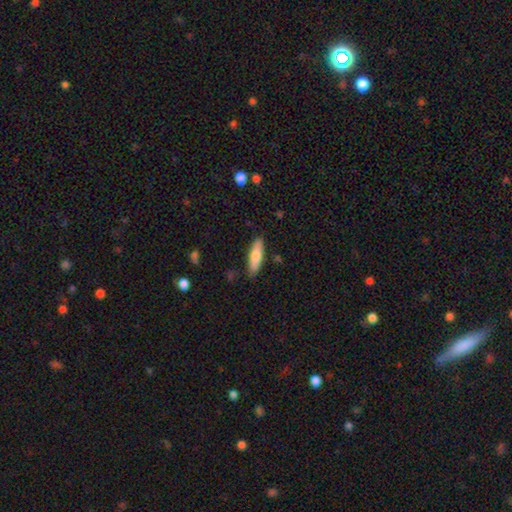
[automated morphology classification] Smooth or featured: smooth — 76% (featured or disk — 18%)
How rounded: cigar-shaped — 58% (in between — 40%)
Merging: none — 86% (minor disturbance — 11%)